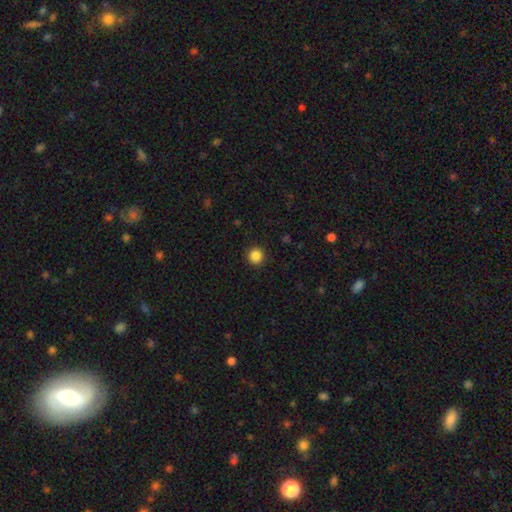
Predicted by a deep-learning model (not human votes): The model was most divided on "smooth or featured": smooth: 86%, star or artifact: 11%, featured or disk: 3%. More confident: how rounded — round (95%); merging — none (92%).